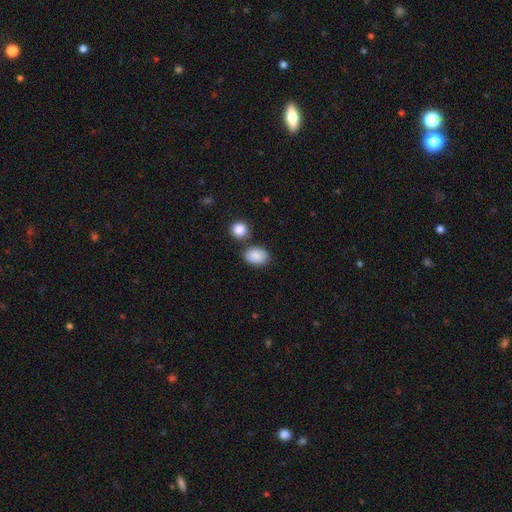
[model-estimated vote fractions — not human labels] smooth 88%, star or artifact 7%, featured or disk 5%. Down the decision tree: how rounded — in between (80%); merging — none (73%).